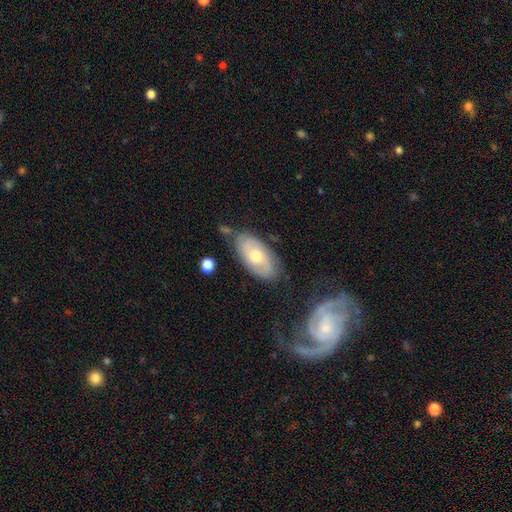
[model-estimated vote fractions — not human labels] smooth_or_featured: featured or disk (p=0.49) [alt: smooth p=0.44]
merging: none (p=0.67) [alt: minor disturbance p=0.20]